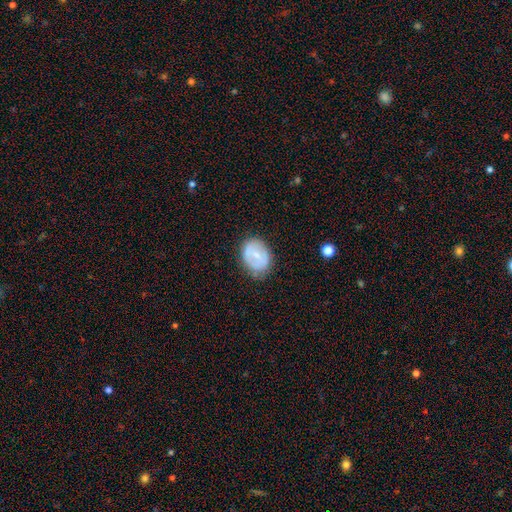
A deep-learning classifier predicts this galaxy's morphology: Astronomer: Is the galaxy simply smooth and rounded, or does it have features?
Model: smooth — 50% (runner-up: featured or disk, 43%).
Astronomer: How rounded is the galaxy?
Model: in between — 63%.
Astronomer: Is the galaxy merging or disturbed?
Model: none — 74%.